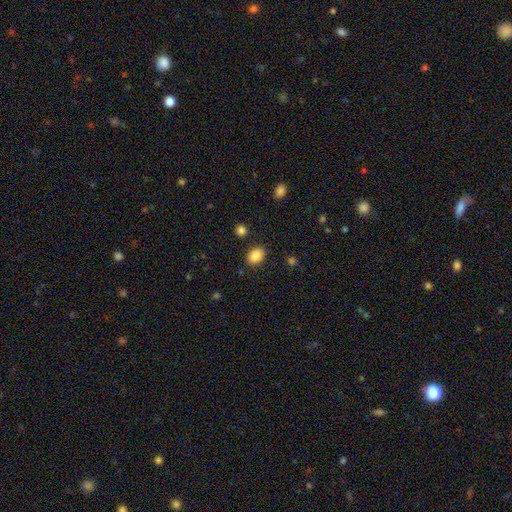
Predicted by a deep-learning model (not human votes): Morphology: type=smooth (87%); roundness=in between (66%); merging=none (84%).